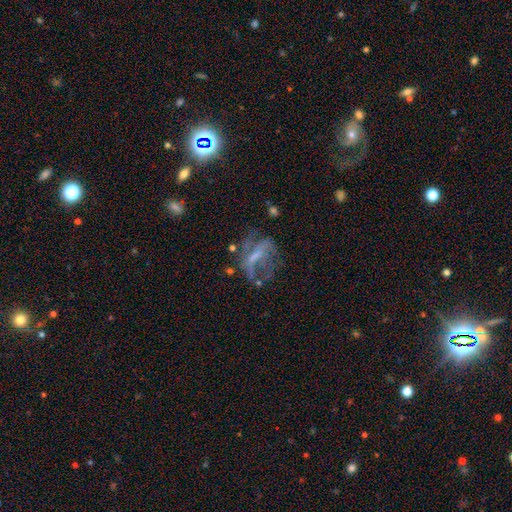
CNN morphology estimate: Q: Smooth or featured?
A: featured or disk (61%); runner-up: smooth (23%)
Q: Edge-on disk?
A: no (92%); runner-up: yes (8%)
Q: Bar?
A: no (42%); runner-up: weak (32%)
Q: Spiral arms?
A: no (64%); runner-up: yes (36%)
Q: Bulge size?
A: none (49%); runner-up: small (29%)
Q: Merging?
A: major disturbance (39%); runner-up: none (36%)